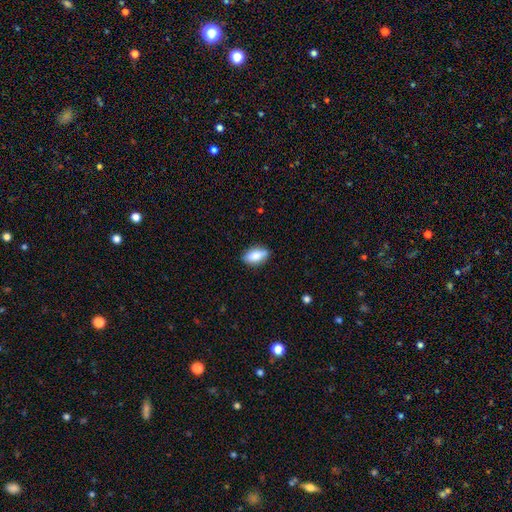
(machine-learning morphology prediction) Overall: smooth (79%). How rounded: in between (87%). Merging: none (82%).